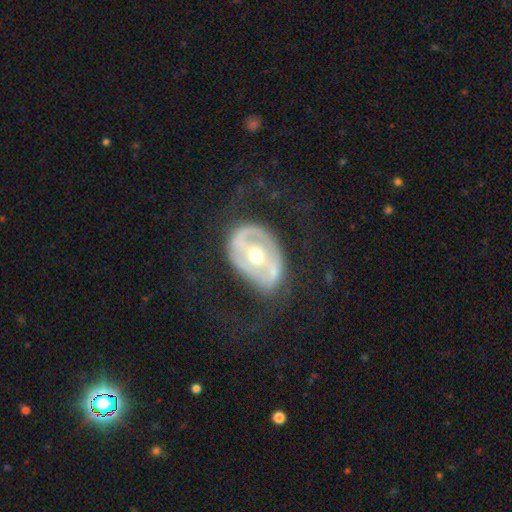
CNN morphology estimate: Smooth or featured: featured or disk — 79% (smooth — 16%)
Edge-on disk: no — 95% (yes — 5%)
Bar: no — 39% (strong — 33%)
Spiral arms: yes — 59% (no — 41%)
Bulge size: moderate — 73% (small — 21%)
Merging: none — 53% (major disturbance — 22%)